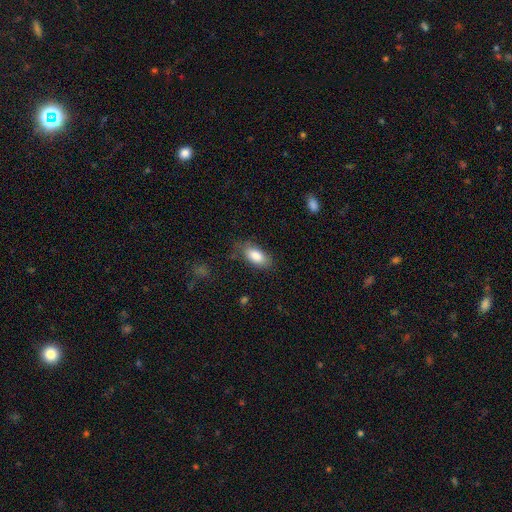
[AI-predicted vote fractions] Morphology: type=smooth (86%); roundness=in between (90%); merging=none (75%).